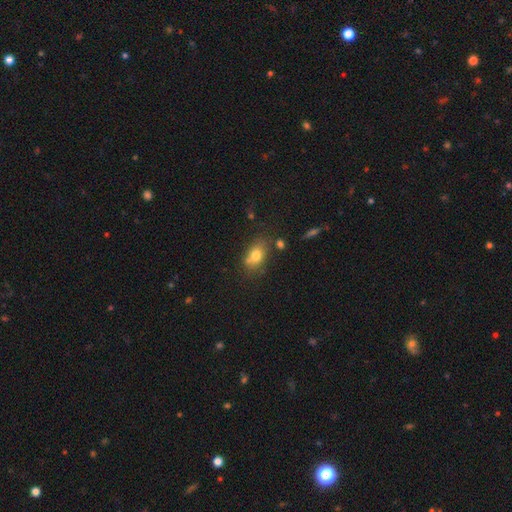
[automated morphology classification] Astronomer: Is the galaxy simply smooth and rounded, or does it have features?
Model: smooth — 75%.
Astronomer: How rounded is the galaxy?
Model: in between — 72%.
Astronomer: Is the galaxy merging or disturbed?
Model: none — 61%.